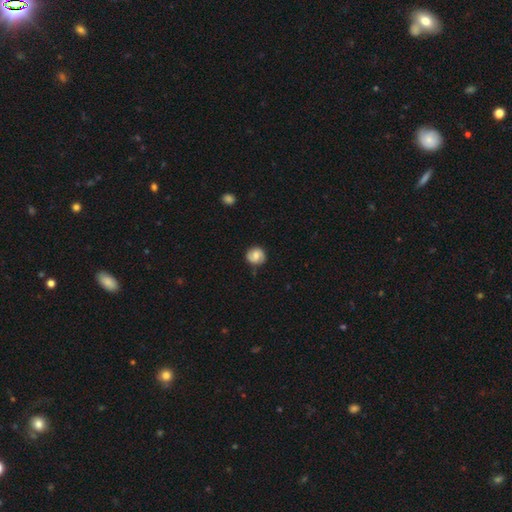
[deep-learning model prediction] smooth_or_featured: smooth (p=0.57) [alt: featured or disk p=0.35]
how_rounded: round (p=0.86) [alt: in between p=0.13]
merging: none (p=0.81) [alt: minor disturbance p=0.15]